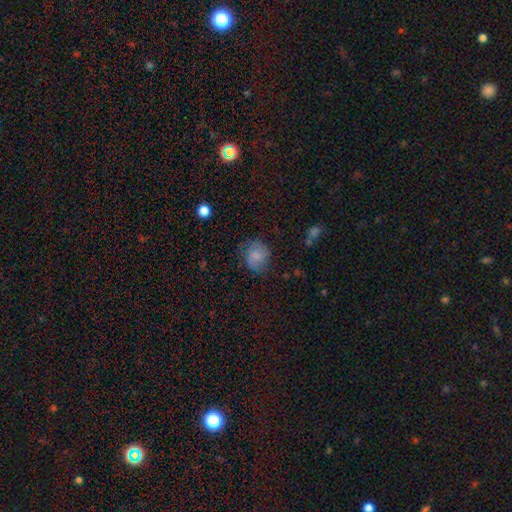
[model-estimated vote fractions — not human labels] smooth 73%, featured or disk 17%, star or artifact 10%. Down the decision tree: how rounded — round (66%); merging — none (66%).